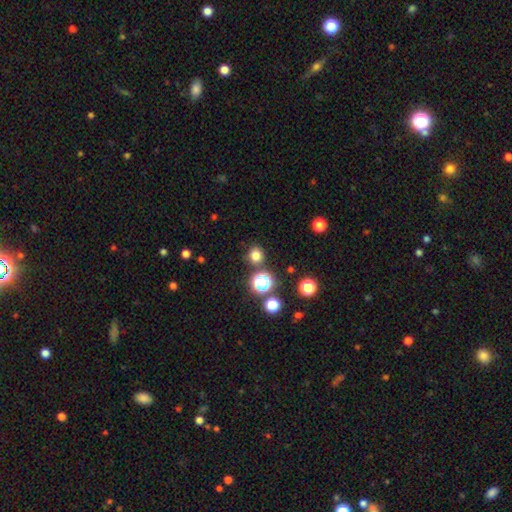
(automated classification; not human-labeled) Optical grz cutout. It shows a smooth galaxy with no disk features (76%) that is round (87%). Merging: none (85%).